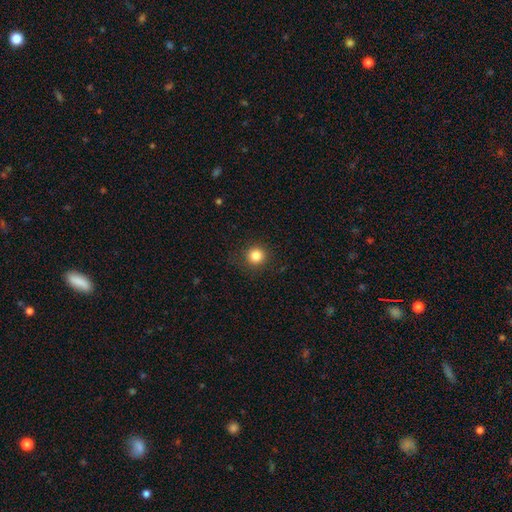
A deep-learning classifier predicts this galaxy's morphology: type=smooth (83%); roundness=round (94%); merging=none (89%).